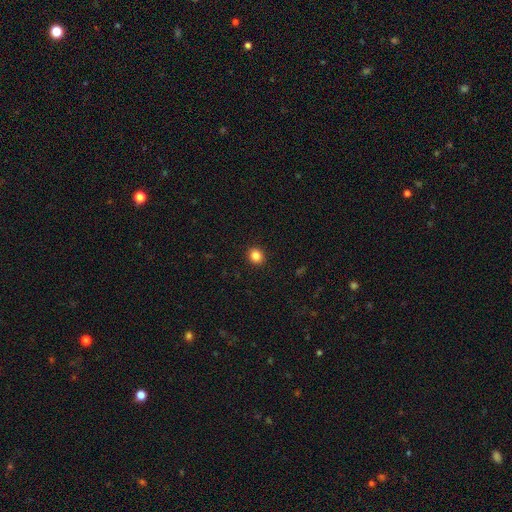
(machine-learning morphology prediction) The model was most divided on "how rounded": round: 81%, in between: 18%, cigar-shaped: 1%. More confident: merging — none (92%); smooth or featured — smooth (85%).